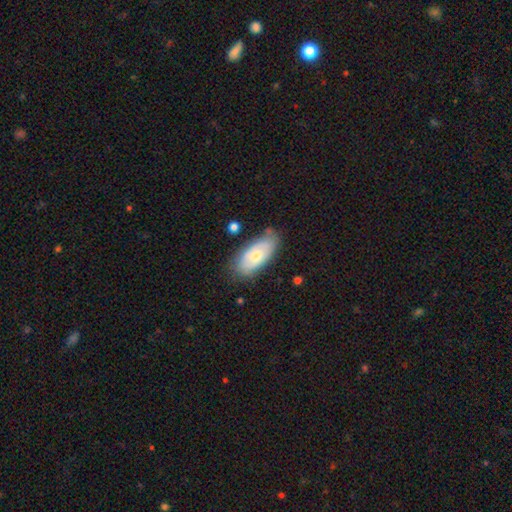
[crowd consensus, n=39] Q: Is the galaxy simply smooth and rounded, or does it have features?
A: smooth — 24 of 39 (62%).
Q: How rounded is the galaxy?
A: in between — 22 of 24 (92%).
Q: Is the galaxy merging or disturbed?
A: none — 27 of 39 (69%).